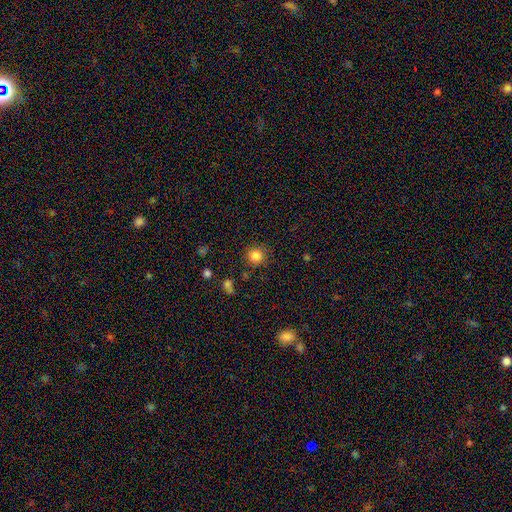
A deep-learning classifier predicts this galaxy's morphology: Smooth or featured? smooth (84%)
How rounded? round (92%)
Merging? none (85%)